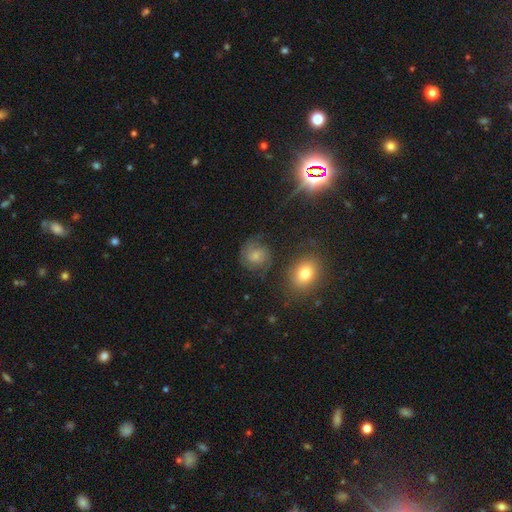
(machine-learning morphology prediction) Smooth or featured? featured or disk (47%)
Merging? none (69%)